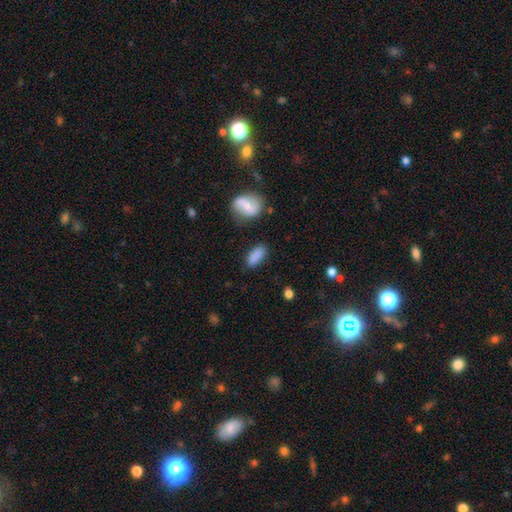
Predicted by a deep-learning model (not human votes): A smooth galaxy with no disk features (85%) that is in between round and cigar-shaped (79%).

Vote fractions:
- Smooth or featured? smooth: 85% / star or artifact: 8% / featured or disk: 7%
- How rounded? in between: 79% / cigar-shaped: 17% / round: 3%
- Merging? none: 79% / minor disturbance: 13% / merger: 4% / major disturbance: 4%